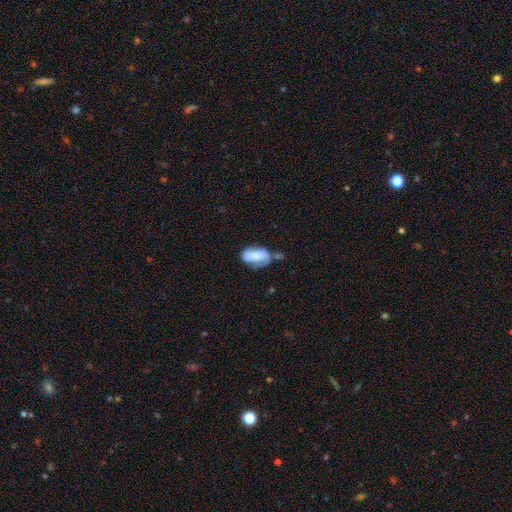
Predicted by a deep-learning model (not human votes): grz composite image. It shows a smooth galaxy with no disk features (72%) that is in between round and cigar-shaped (92%). Merging: none (39%).